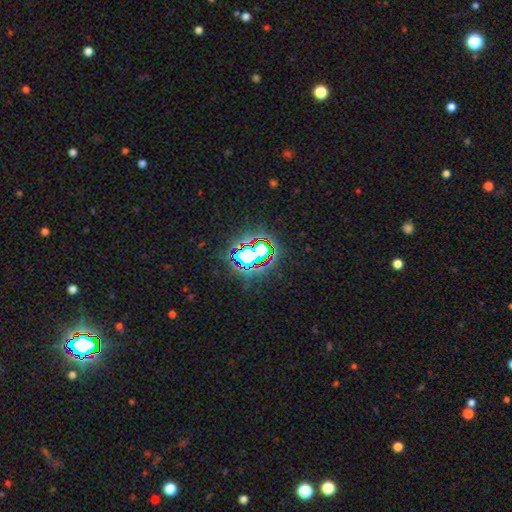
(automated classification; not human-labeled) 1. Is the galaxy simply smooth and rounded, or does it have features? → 81% star or artifact, 11% smooth, 7% featured or disk.